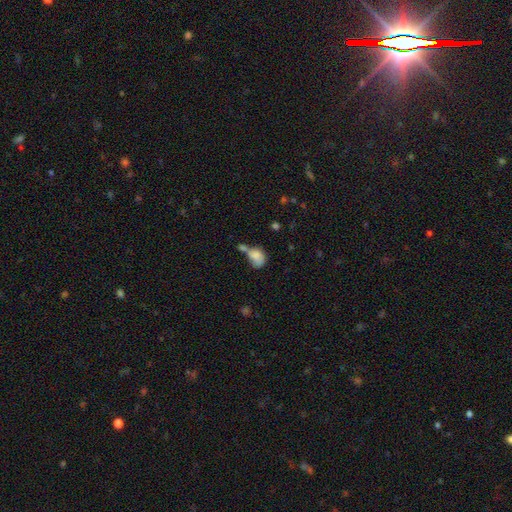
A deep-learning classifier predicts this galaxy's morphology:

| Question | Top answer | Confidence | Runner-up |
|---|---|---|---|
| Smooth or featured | smooth | 78% | featured or disk (13%) |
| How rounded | in between | 61% | round (37%) |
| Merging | merger | 46% | none (24%) |